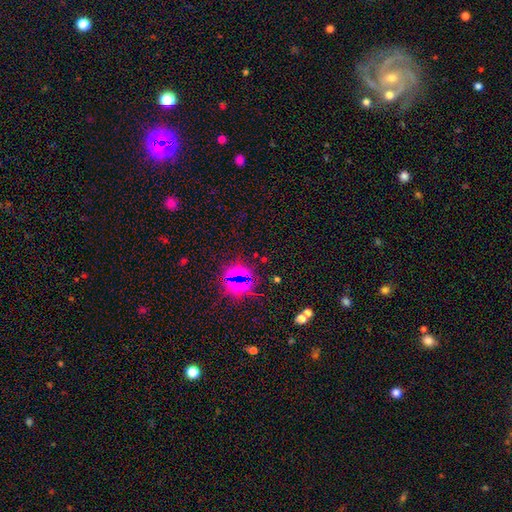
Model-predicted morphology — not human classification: A star or artifact, not a galaxy (71%).

Vote fractions:
- Smooth or featured? star or artifact: 71% / smooth: 20% / featured or disk: 8%